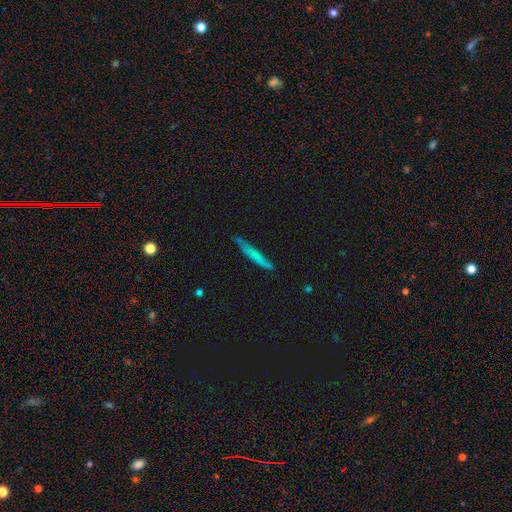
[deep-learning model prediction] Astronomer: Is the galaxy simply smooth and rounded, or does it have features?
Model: smooth — 61%.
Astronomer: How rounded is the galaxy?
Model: cigar-shaped — 95%.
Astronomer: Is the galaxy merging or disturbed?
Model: none — 75%.